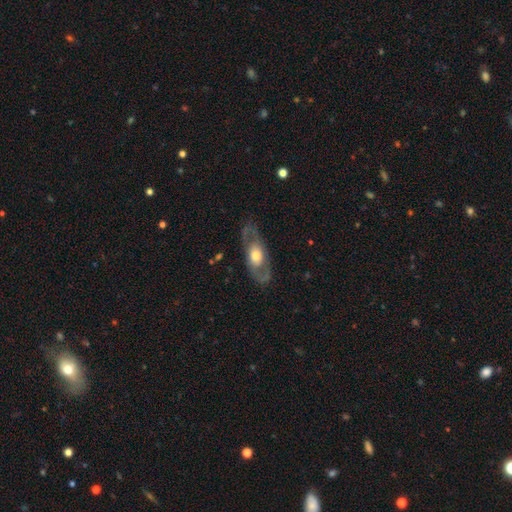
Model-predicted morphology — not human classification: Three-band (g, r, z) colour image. It shows a featured or disk galaxy (64%) with no bar (79%), no spiral arms (57%) and a moderate central bulge (52%). Merging: none (77%).